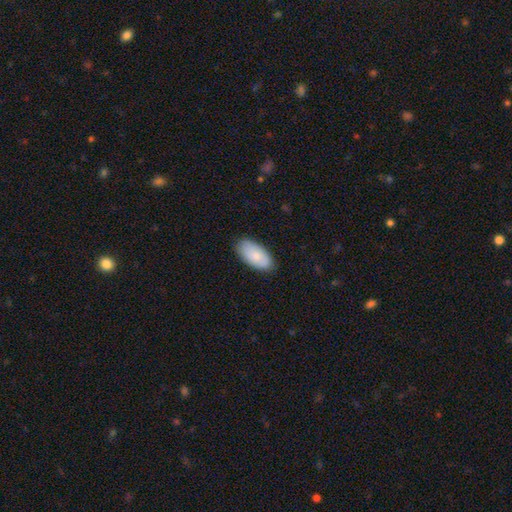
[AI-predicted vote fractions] Smooth or featured: smooth — 78% (featured or disk — 16%)
How rounded: in between — 94% (cigar-shaped — 3%)
Merging: none — 84% (minor disturbance — 13%)